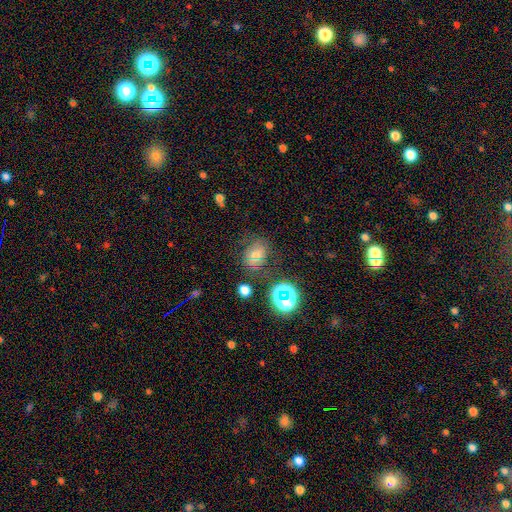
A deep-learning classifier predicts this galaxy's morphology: Smooth or featured? smooth (49%)
Merging? none (68%)